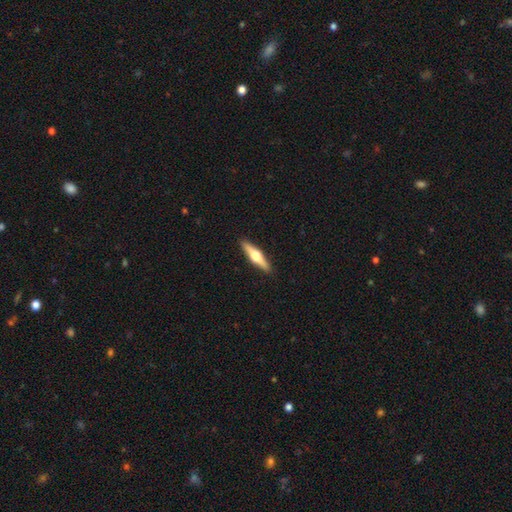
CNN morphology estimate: featured or disk 60%, smooth 35%, star or artifact 5%. Down the decision tree: edge-on disk — yes (96%); edge-on bulge — rounded (95%); merging — none (91%).